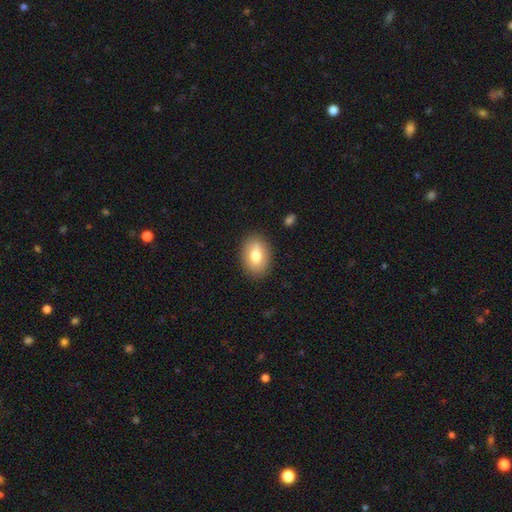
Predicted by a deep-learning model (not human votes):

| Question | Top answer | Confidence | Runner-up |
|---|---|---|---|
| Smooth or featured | smooth | 74% | featured or disk (19%) |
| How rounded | in between | 77% | round (21%) |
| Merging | none | 86% | minor disturbance (10%) |